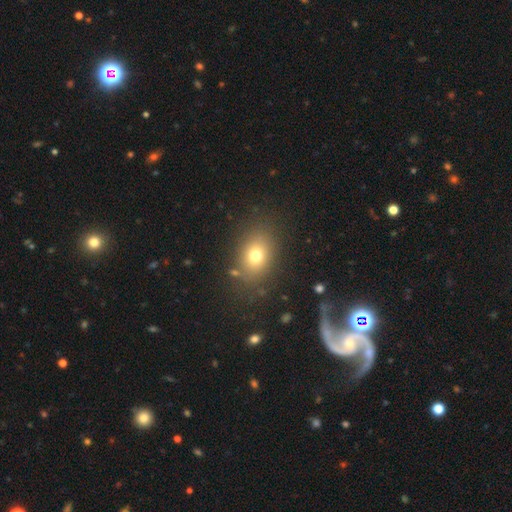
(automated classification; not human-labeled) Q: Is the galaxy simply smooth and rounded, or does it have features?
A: smooth — 73%.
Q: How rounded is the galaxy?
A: in between — 62%.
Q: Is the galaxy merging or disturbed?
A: none — 81%.